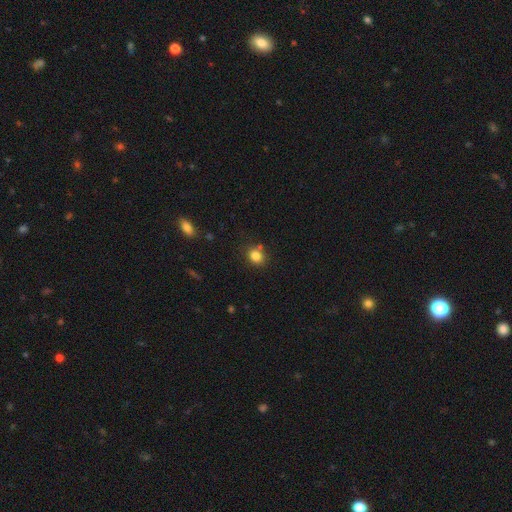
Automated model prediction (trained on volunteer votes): A smooth galaxy with no disk features (83%) that is round (66%). Merging: none (74%).